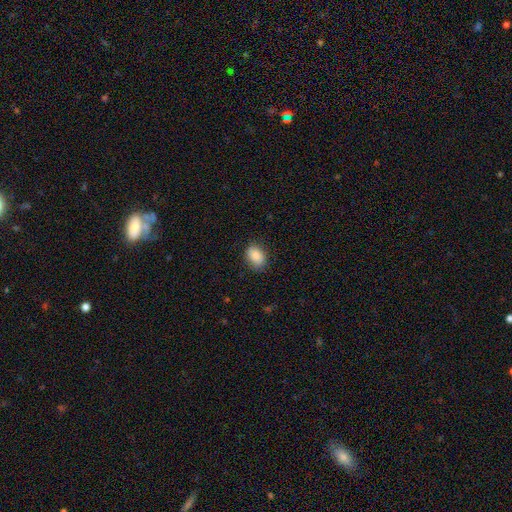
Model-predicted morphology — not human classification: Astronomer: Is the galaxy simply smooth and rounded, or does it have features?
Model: smooth — 88%.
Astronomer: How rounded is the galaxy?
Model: in between — 81%.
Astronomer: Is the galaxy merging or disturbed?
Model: none — 82%.